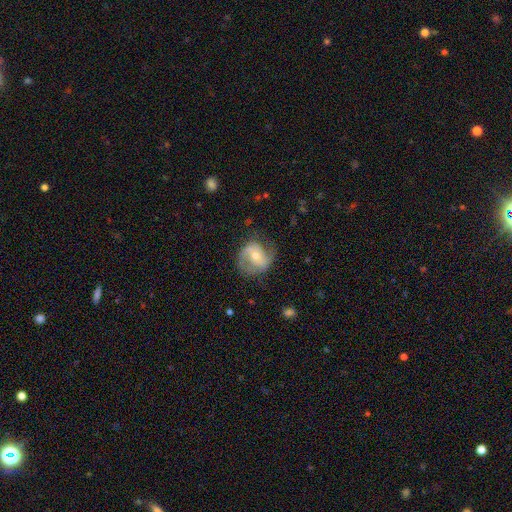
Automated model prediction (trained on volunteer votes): A featured or disk galaxy (74%) with no bar (44%), 2 (82%) medium (48%) spiral arms (90%) and a moderate central bulge (51%). Merging: none (64%).